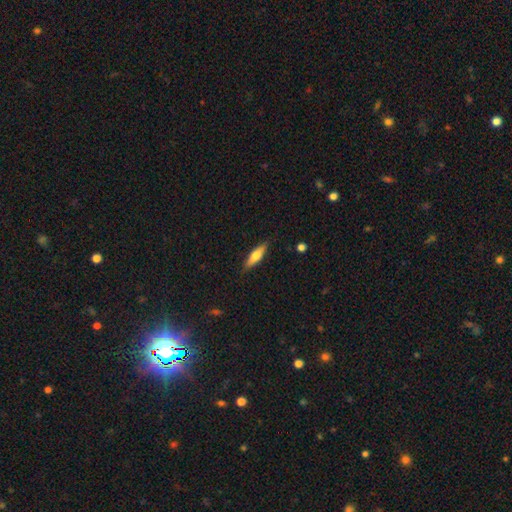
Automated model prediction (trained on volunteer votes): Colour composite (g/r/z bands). It shows a smooth galaxy with no disk features (58%) that is cigar-shaped (65%). Merging: none (87%).